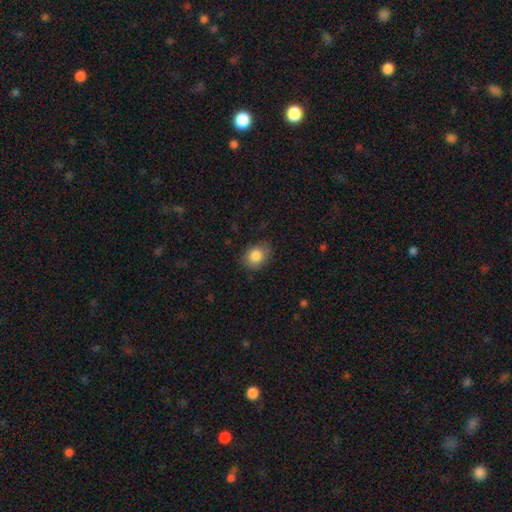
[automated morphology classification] A smooth galaxy with no disk features (83%) that is in between round and cigar-shaped (59%).

Vote fractions:
- Smooth or featured? smooth: 83% / featured or disk: 9% / star or artifact: 8%
- How rounded? in between: 59% / round: 40% / cigar-shaped: 1%
- Merging? none: 76% / minor disturbance: 18% / major disturbance: 5% / merger: 1%